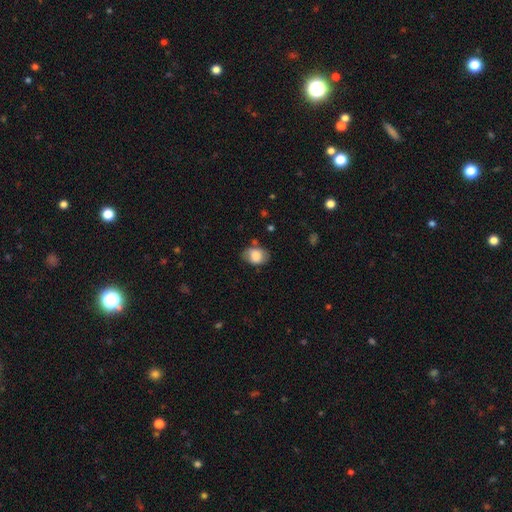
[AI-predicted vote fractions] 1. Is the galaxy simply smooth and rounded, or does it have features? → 81% smooth, 12% featured or disk, 8% star or artifact.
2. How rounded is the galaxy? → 72% in between, 27% round, 1% cigar-shaped.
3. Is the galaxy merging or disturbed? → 67% none, 23% minor disturbance, 7% major disturbance, 3% merger.